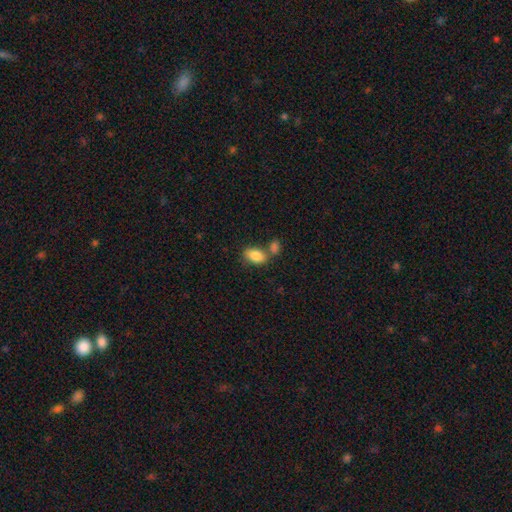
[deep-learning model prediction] Smooth or featured? Predicted: smooth (p=0.86). How rounded? Predicted: in between (p=0.91). Merging? Predicted: none (p=0.52).